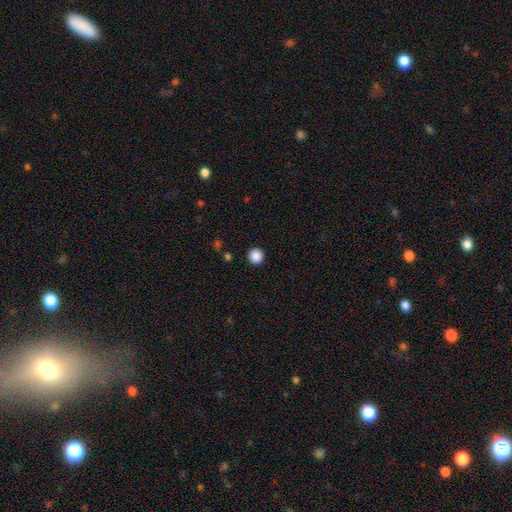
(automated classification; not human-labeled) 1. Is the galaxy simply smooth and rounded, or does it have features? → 88% smooth, 10% star or artifact, 2% featured or disk.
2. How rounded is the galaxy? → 95% round, 4% in between, 1% cigar-shaped.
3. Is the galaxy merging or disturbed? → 93% none, 4% minor disturbance, 2% major disturbance, 1% merger.